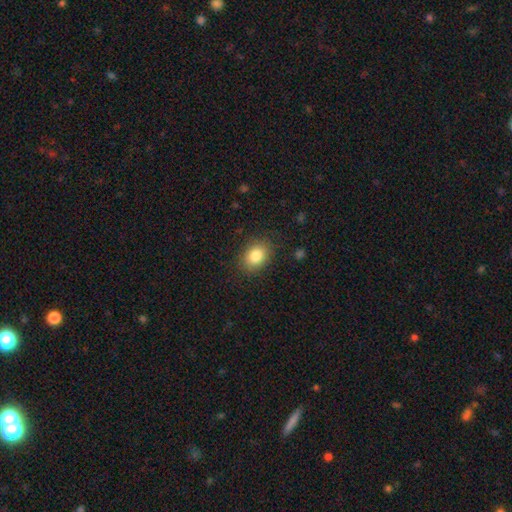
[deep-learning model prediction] Q: Smooth or featured?
A: smooth (84%); runner-up: star or artifact (9%)
Q: How rounded?
A: in between (70%); runner-up: round (29%)
Q: Merging?
A: none (84%); runner-up: minor disturbance (11%)